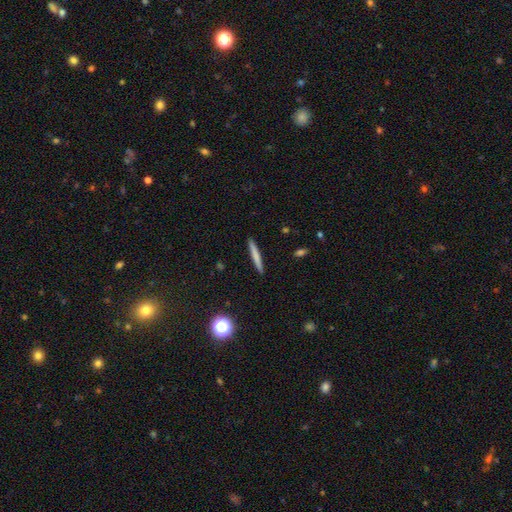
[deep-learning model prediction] A smooth galaxy with no disk features (70%) that is cigar-shaped (96%).

Vote fractions:
- Smooth or featured? smooth: 70% / featured or disk: 24% / star or artifact: 7%
- How rounded? cigar-shaped: 96% / in between: 3% / round: 1%
- Merging? none: 92% / minor disturbance: 6% / major disturbance: 1% / merger: 1%